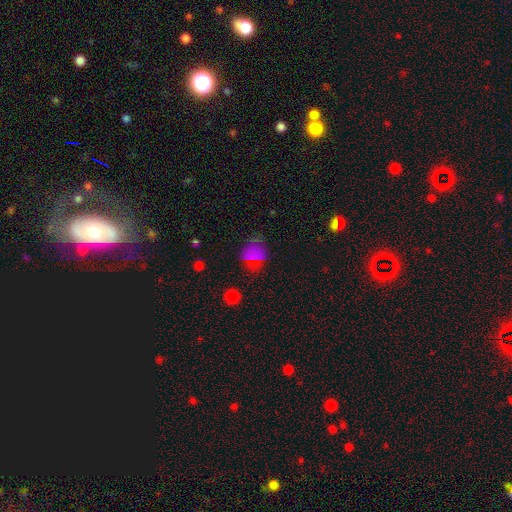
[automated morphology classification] A smooth galaxy with no disk features (59%) that is round (52%).

Vote fractions:
- Smooth or featured? smooth: 59% / star or artifact: 29% / featured or disk: 12%
- How rounded? round: 52% / in between: 46% / cigar-shaped: 2%
- Merging? none: 59% / minor disturbance: 22% / major disturbance: 15% / merger: 4%